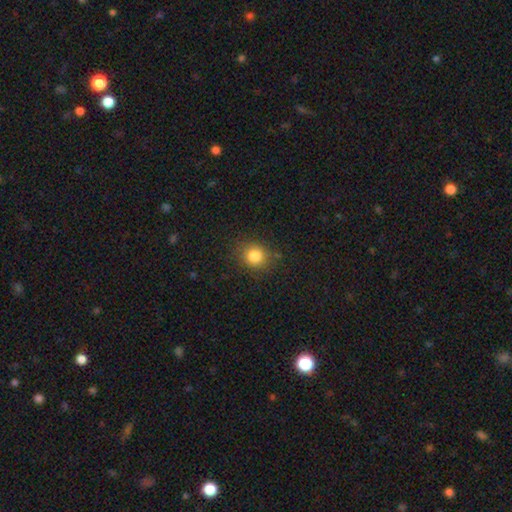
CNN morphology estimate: Smooth or featured? Predicted: smooth (p=0.83). How rounded? Predicted: round (p=0.79). Merging? Predicted: none (p=0.84).